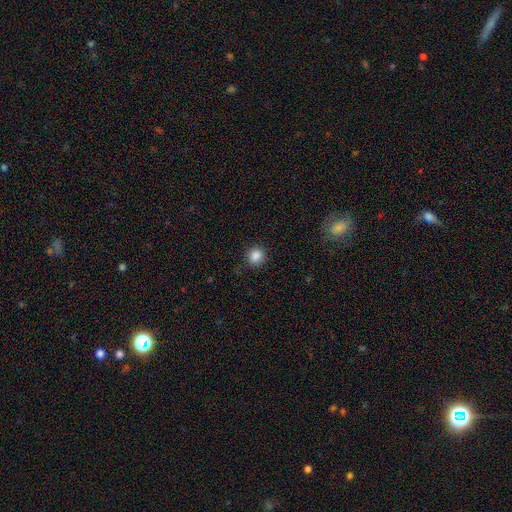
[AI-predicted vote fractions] smooth 86%, star or artifact 10%, featured or disk 3%. Down the decision tree: how rounded — round (89%); merging — none (87%).